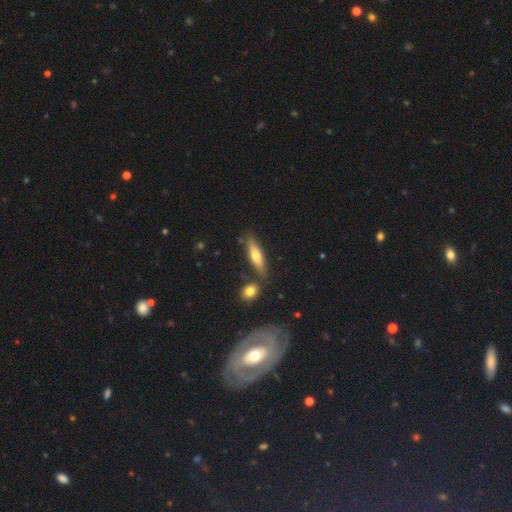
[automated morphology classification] type=smooth (57%); roundness=cigar-shaped (66%); merging=none (75%).